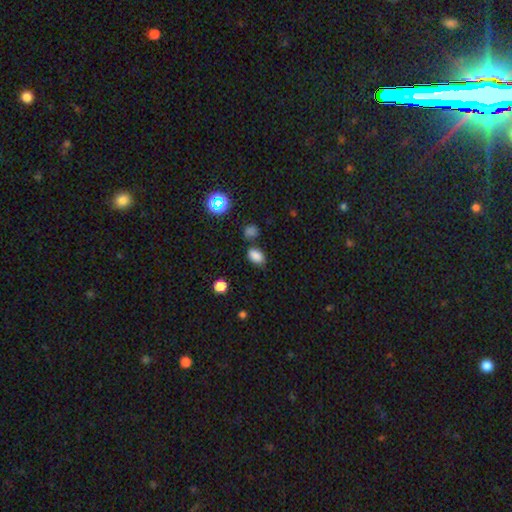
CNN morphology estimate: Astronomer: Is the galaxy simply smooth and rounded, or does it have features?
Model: smooth — 83%.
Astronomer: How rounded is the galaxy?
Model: in between — 86%.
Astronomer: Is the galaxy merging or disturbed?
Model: none — 73%.